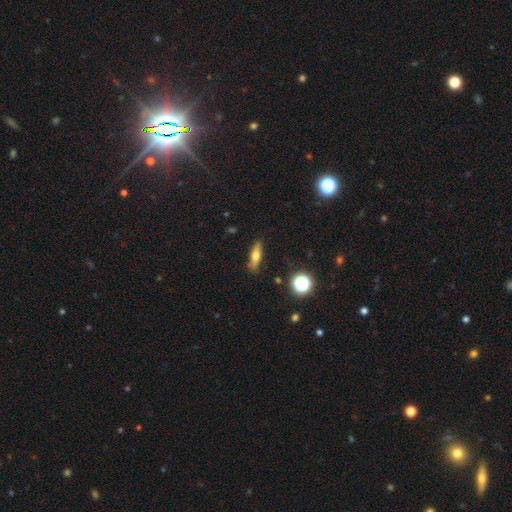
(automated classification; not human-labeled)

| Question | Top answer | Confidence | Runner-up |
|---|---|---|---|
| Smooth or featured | smooth | 58% | featured or disk (32%) |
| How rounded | cigar-shaped | 55% | in between (39%) |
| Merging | none | 85% | minor disturbance (11%) |